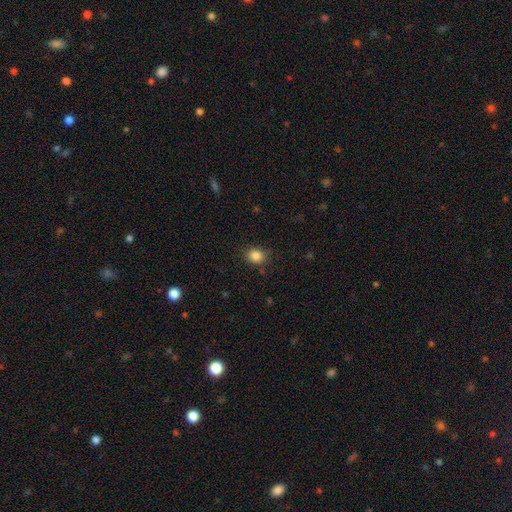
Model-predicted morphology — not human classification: type=smooth (85%); roundness=round (65%); merging=none (82%).